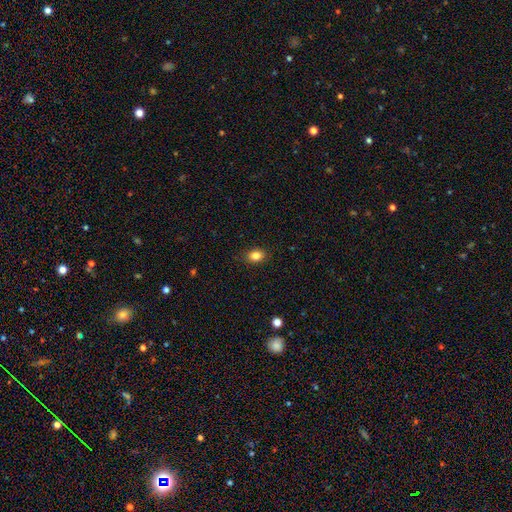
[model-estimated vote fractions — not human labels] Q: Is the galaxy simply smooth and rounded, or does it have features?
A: smooth — 85%.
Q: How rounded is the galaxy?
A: in between — 69%.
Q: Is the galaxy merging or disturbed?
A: none — 86%.